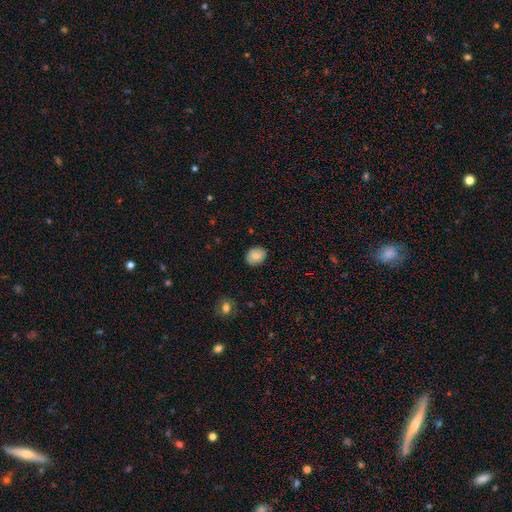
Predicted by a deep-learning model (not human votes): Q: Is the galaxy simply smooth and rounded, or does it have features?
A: smooth — 81%.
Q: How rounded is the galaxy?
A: in between — 52%.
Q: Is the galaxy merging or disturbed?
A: none — 85%.